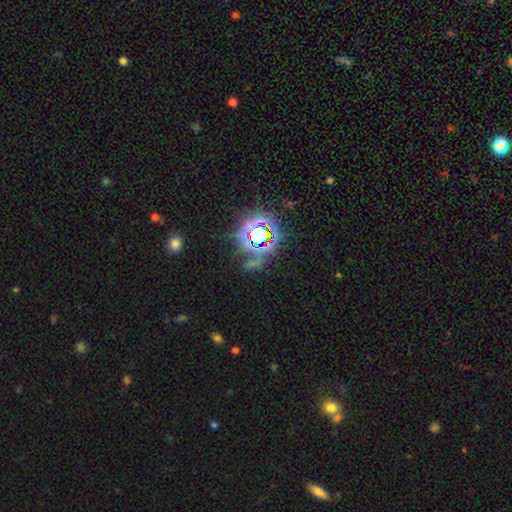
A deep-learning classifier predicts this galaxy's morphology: type=star or artifact (76%).